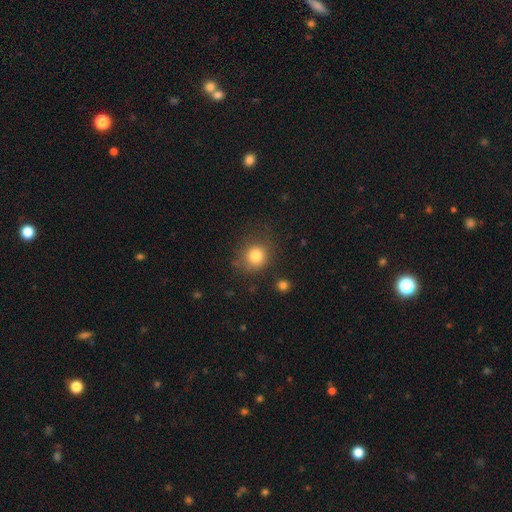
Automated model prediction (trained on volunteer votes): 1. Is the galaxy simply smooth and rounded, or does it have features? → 81% smooth, 12% star or artifact, 8% featured or disk.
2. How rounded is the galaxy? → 84% round, 15% in between, 1% cigar-shaped.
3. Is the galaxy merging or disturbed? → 76% none, 15% minor disturbance, 6% major disturbance, 3% merger.